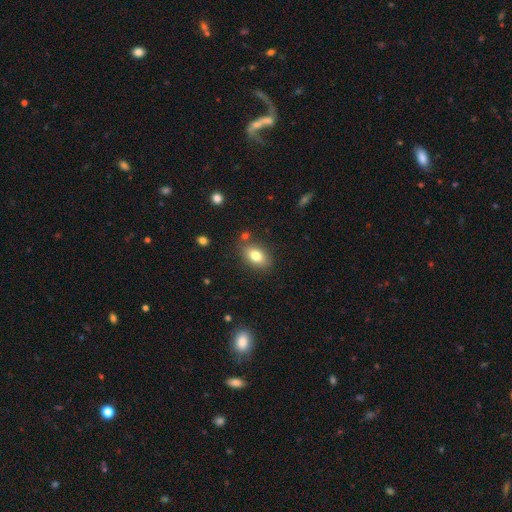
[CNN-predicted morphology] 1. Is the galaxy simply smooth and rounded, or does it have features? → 78% smooth, 13% featured or disk, 9% star or artifact.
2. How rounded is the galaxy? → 85% in between, 12% round, 2% cigar-shaped.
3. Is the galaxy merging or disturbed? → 80% none, 12% minor disturbance, 5% merger, 3% major disturbance.